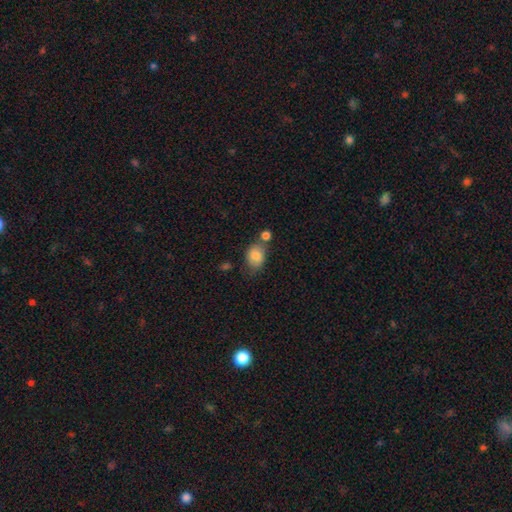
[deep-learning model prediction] Smooth or featured: smooth — 82% (featured or disk — 10%)
How rounded: in between — 64% (round — 35%)
Merging: none — 54% (merger — 22%)